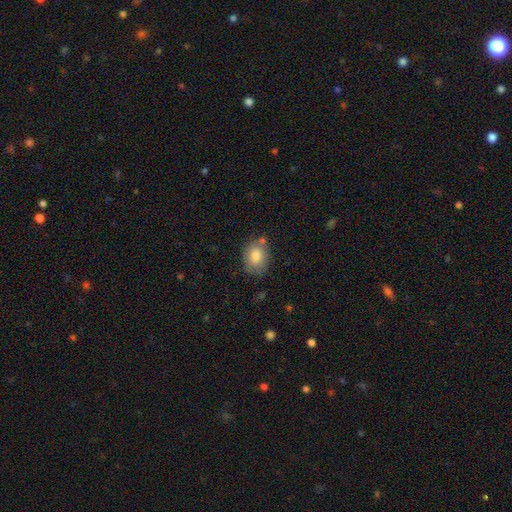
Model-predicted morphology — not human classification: Smooth or featured? Predicted: smooth (p=0.81). How rounded? Predicted: in between (p=0.63). Merging? Predicted: none (p=0.69).